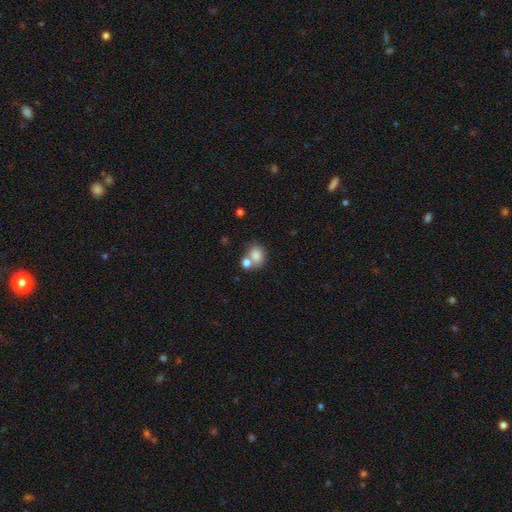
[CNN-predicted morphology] Overall: smooth (81%). How rounded: round (50%; in between 49%). Merging: none (47%; merger 35%).